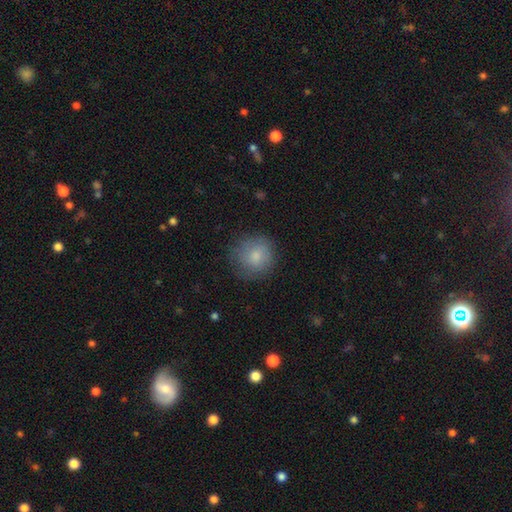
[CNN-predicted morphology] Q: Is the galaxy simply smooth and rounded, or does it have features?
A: smooth — 81%.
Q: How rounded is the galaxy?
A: round — 91%.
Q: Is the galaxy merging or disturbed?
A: none — 79%.